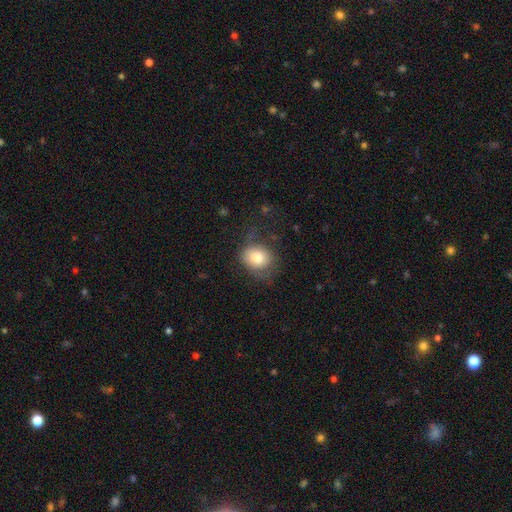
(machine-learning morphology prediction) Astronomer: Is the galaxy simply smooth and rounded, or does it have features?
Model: smooth — 79%.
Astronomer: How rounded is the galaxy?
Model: round — 58% (runner-up: in between, 41%).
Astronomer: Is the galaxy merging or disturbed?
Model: none — 56%.